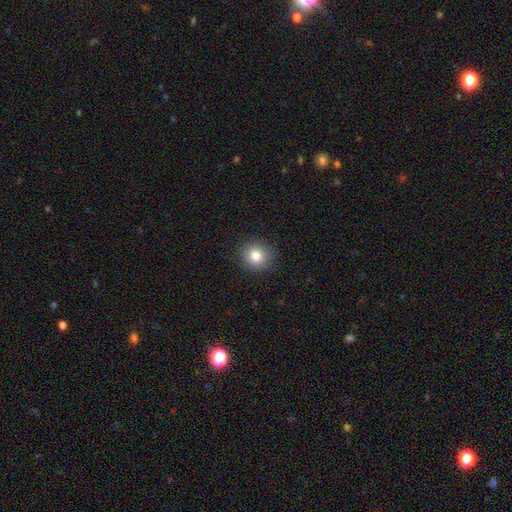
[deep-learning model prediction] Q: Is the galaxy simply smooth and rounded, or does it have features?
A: smooth — 81%.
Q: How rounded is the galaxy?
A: round — 87%.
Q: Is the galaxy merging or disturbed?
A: none — 90%.